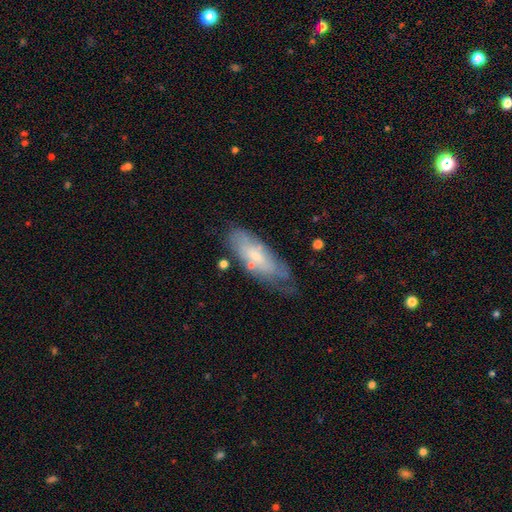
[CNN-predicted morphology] A featured or disk galaxy (47%).

Vote fractions:
- Smooth or featured? featured or disk: 47% / smooth: 46% / star or artifact: 7%
- Merging? none: 50% / minor disturbance: 32% / major disturbance: 13% / merger: 5%